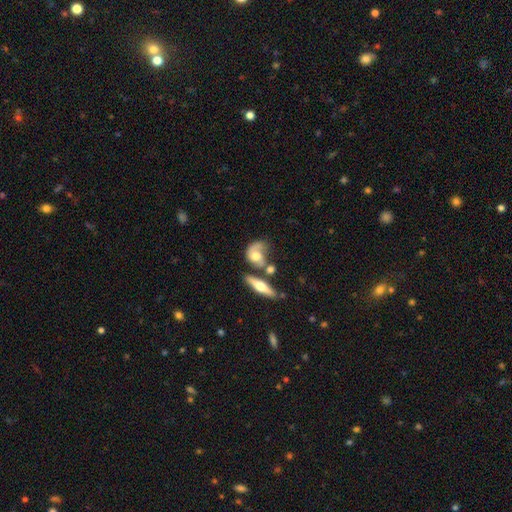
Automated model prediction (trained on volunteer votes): A featured or disk galaxy (59%).

Vote fractions:
- Smooth or featured? featured or disk: 59% / smooth: 35% / star or artifact: 6%
- Edge-on disk? no: 80% / yes: 20%
- Merging? none: 39% / merger: 27% / minor disturbance: 19% / major disturbance: 15%